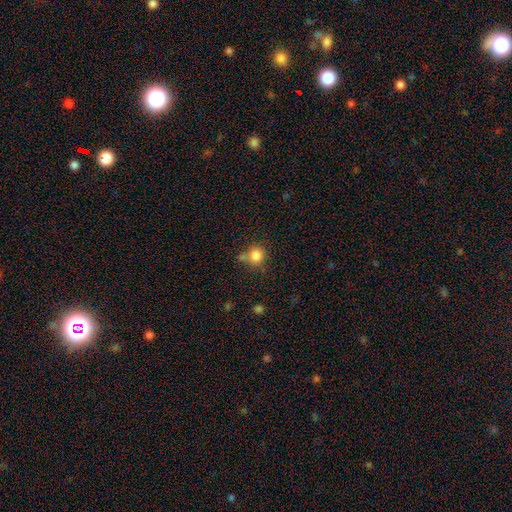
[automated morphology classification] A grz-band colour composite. It shows a smooth galaxy with no disk features (83%) that is round (85%). Merging: none (61%).